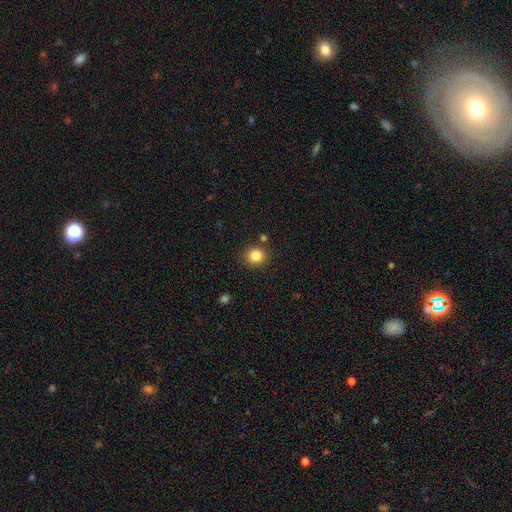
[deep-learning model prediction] A smooth galaxy with no disk features (84%) that is round (88%).

Vote fractions:
- Smooth or featured? smooth: 84% / star or artifact: 11% / featured or disk: 5%
- How rounded? round: 88% / in between: 11% / cigar-shaped: 1%
- Merging? none: 86% / minor disturbance: 8% / merger: 4% / major disturbance: 2%